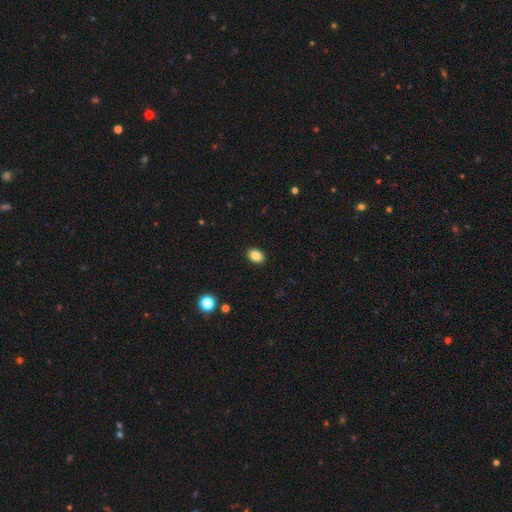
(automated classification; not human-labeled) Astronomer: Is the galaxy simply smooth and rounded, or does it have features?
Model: smooth — 86%.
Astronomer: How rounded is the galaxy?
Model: in between — 70%.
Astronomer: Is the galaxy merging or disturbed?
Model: none — 91%.